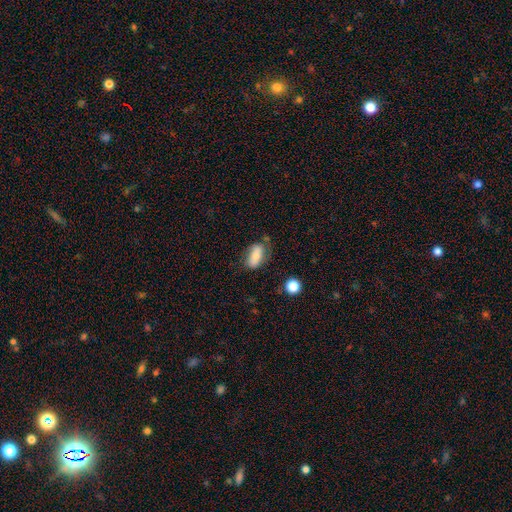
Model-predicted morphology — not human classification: smooth 74%, featured or disk 18%, star or artifact 8%. Down the decision tree: how rounded — in between (86%); merging — none (58%).